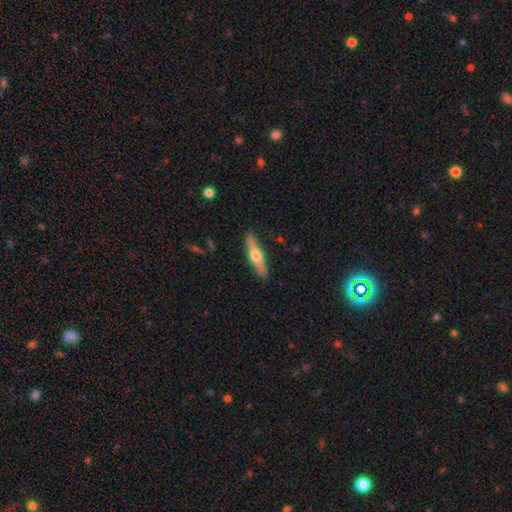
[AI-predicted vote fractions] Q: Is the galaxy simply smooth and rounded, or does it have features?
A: featured or disk — 53%.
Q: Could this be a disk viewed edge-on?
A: yes — 93%.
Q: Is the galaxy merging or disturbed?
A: none — 89%.